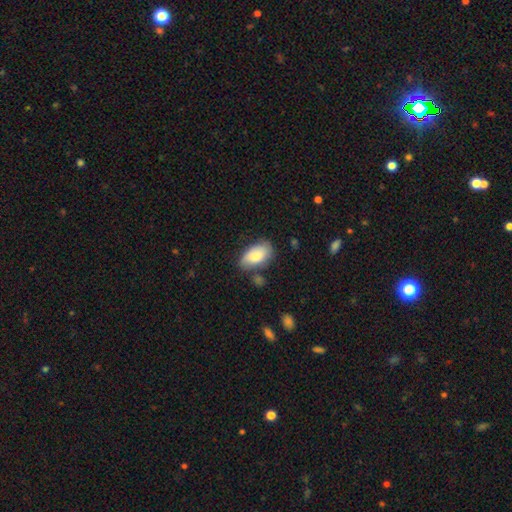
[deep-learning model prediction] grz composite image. It shows a smooth galaxy with no disk features (79%) that is in between round and cigar-shaped (94%). Merging: none (64%).